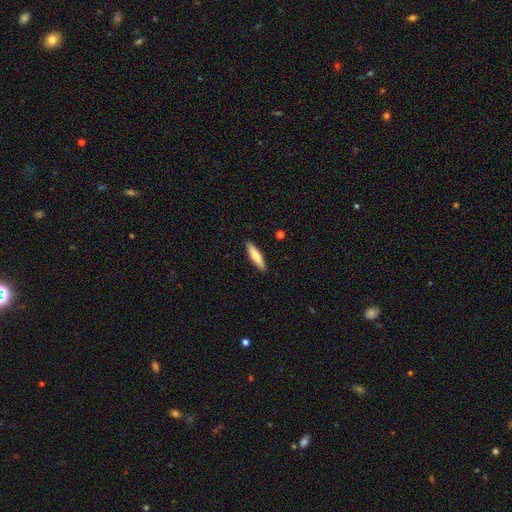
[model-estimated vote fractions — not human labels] Morphology: type=smooth (69%); roundness=cigar-shaped (74%); merging=none (90%).